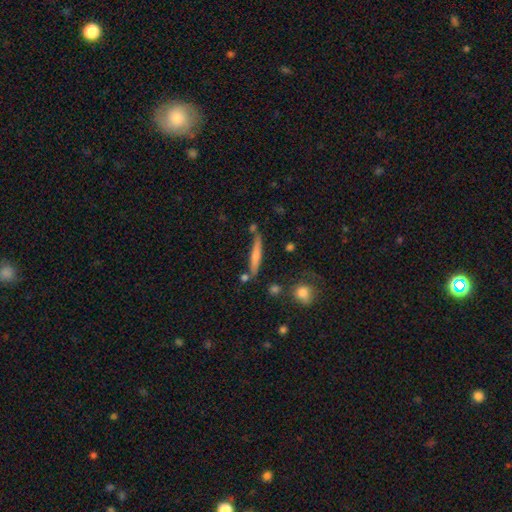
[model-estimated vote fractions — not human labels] Overall: smooth (59%; featured or disk 34%). How rounded: cigar-shaped (92%). Merging: none (76%).